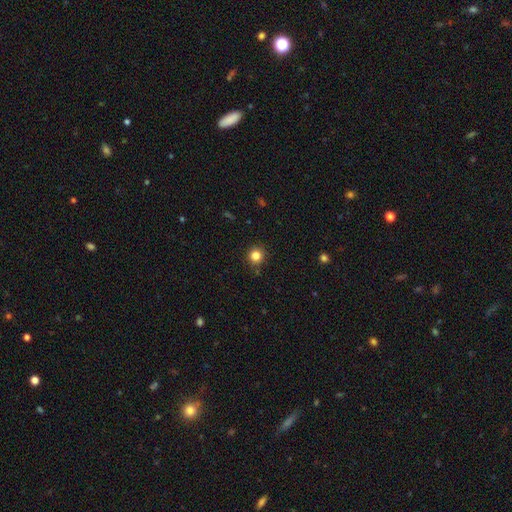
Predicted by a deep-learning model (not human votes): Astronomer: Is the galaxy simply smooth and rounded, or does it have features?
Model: smooth — 83%.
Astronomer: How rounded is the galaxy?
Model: round — 93%.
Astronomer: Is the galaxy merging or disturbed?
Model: none — 89%.